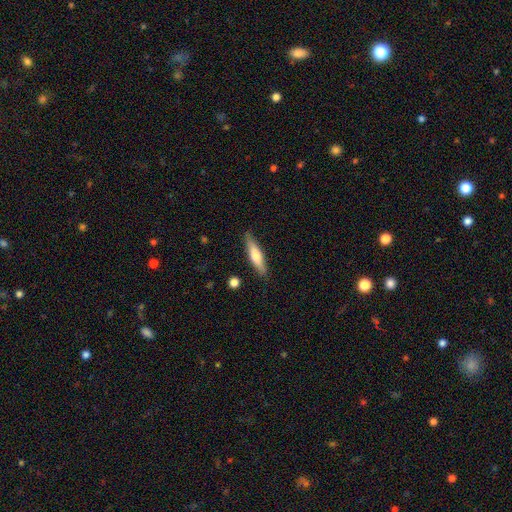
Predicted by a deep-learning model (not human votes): Smooth or featured? Predicted: smooth (p=0.58). How rounded? Predicted: cigar-shaped (p=0.76). Merging? Predicted: none (p=0.83).